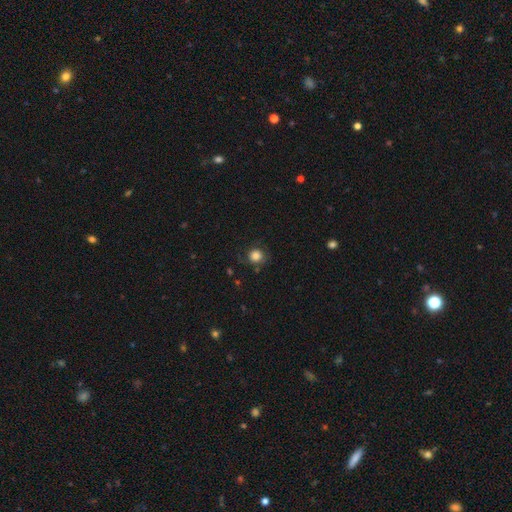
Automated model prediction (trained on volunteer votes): A smooth galaxy with no disk features (82%) that is round (88%). Merging: none (75%).